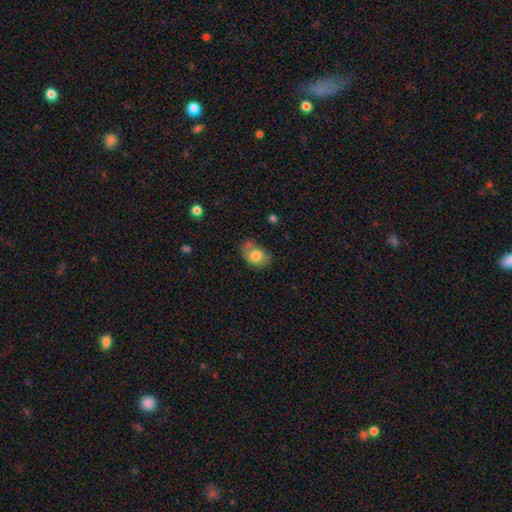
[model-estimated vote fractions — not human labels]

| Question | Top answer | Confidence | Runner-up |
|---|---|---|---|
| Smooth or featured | smooth | 73% | featured or disk (19%) |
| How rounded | in between | 74% | round (24%) |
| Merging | none | 47% | minor disturbance (32%) |